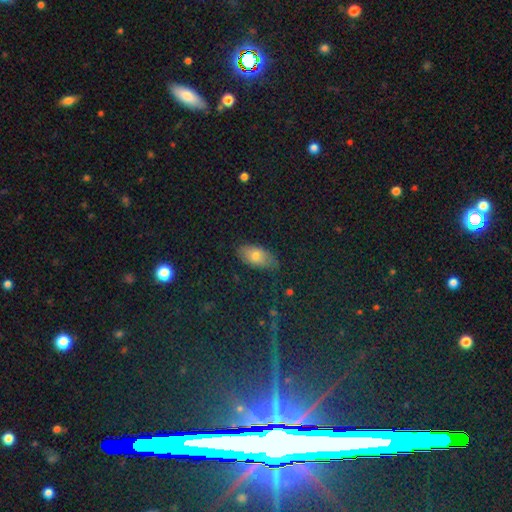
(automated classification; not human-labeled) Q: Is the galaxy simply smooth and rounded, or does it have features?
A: smooth — 71%.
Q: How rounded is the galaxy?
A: in between — 90%.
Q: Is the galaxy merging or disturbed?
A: none — 77%.